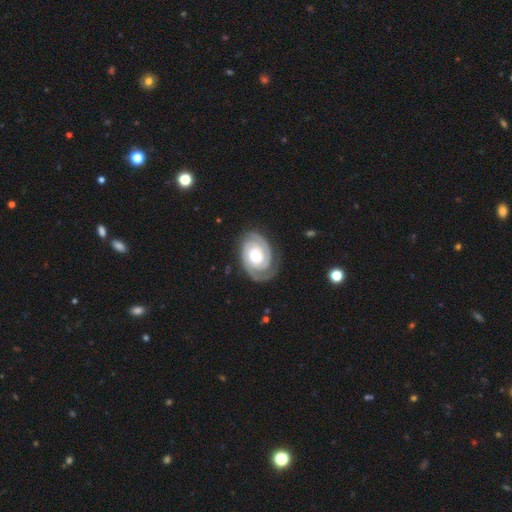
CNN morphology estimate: featured or disk 88%, smooth 8%, star or artifact 4%. Down the decision tree: edge-on disk — no (97%); bar — no (73%); spiral arms — yes (97%); spiral arm count — 2 (77%); spiral winding — tight (78%); bulge size — moderate (54%); merging — none (80%).